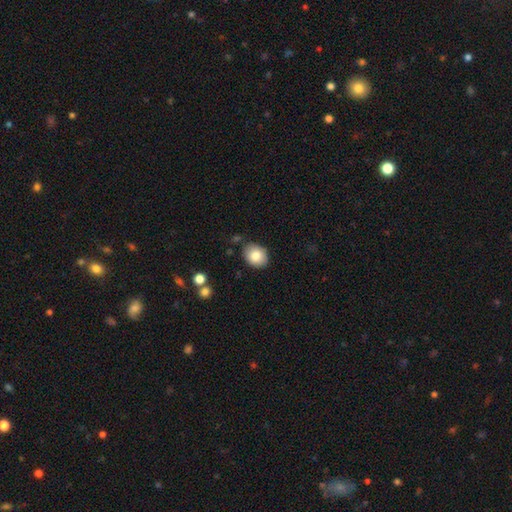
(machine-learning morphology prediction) Smooth or featured? smooth (84%)
How rounded? in between (53%)
Merging? none (83%)